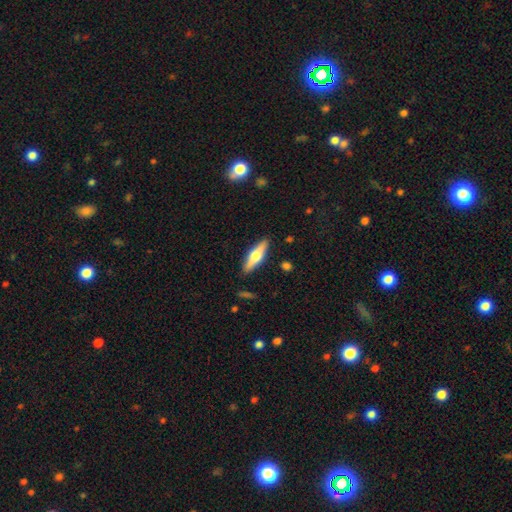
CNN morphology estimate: Smooth or featured? Predicted: featured or disk (p=0.54). Edge-on disk? Predicted: yes (p=0.94). Edge-on bulge? Predicted: rounded (p=0.93). Merging? Predicted: none (p=0.88).